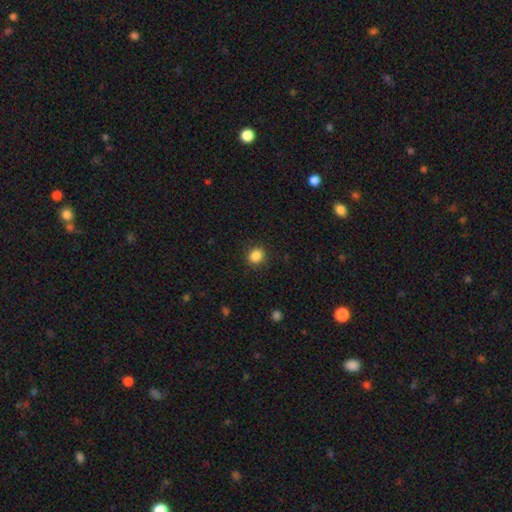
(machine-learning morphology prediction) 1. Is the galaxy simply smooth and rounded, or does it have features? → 86% smooth, 10% star or artifact, 3% featured or disk.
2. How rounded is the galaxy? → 81% round, 18% in between, 1% cigar-shaped.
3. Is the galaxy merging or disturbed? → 89% none, 8% minor disturbance, 3% major disturbance, 1% merger.